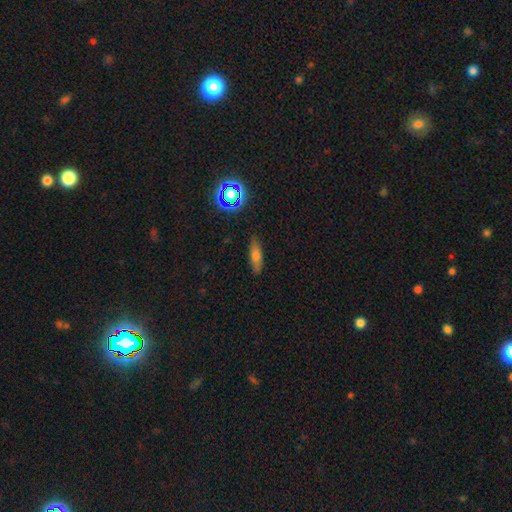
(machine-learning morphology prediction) This appears to be a smooth galaxy with no disk features (62%) that is in between round and cigar-shaped (48%). Merging: none (87%).